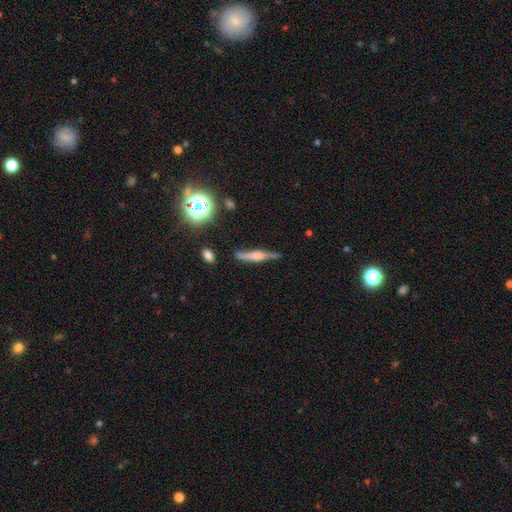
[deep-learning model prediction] A featured or disk galaxy (61%) viewed edge-on (93%) with a rounded central bulge (64%). Merging: none (77%).